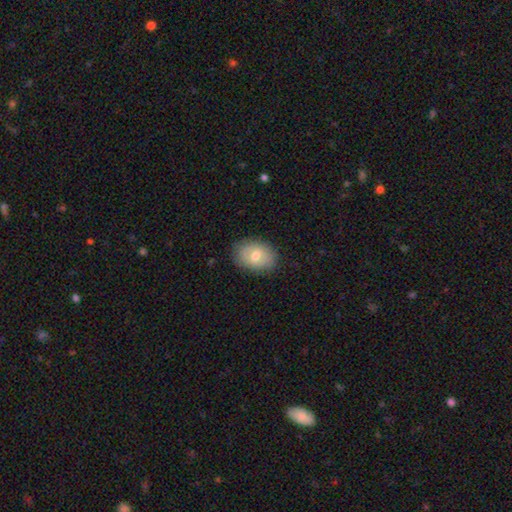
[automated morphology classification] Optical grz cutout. It shows a smooth galaxy with no disk features (72%) that is in between round and cigar-shaped (78%). Merging: none (85%).